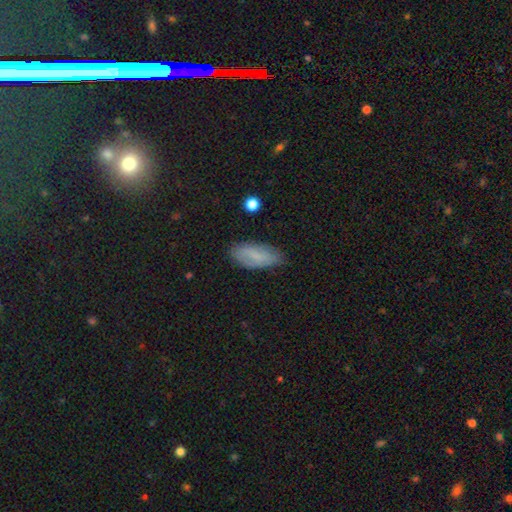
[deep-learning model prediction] Smooth or featured? Predicted: smooth (p=0.73). How rounded? Predicted: in between (p=0.85). Merging? Predicted: none (p=0.74).